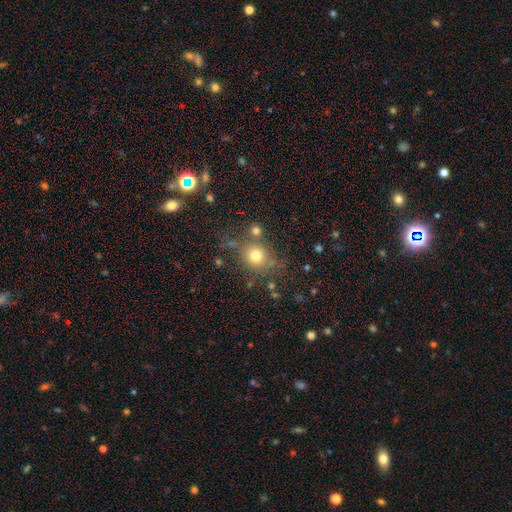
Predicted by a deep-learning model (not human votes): A smooth galaxy with no disk features (74%) that is round (80%). Merging: none (68%).